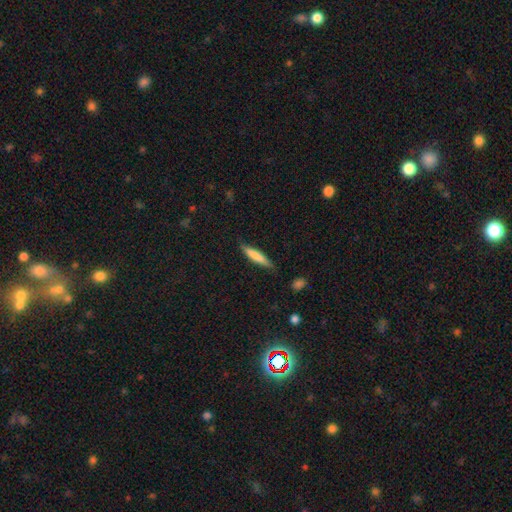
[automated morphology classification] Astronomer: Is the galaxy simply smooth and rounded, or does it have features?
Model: smooth — 77%.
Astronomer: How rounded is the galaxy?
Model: cigar-shaped — 88%.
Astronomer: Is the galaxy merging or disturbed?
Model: none — 83%.